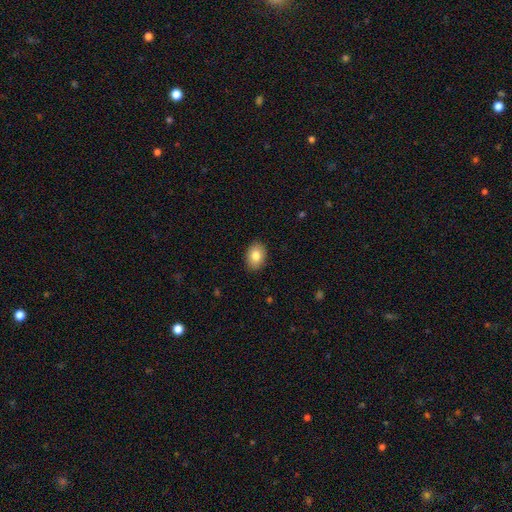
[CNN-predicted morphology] smooth-or-featured: smooth: 81% | featured or disk: 11% | star or artifact: 8%
  how-rounded: in between: 74% | round: 25% | cigar-shaped: 1%
  merging: none: 89% | minor disturbance: 8% | major disturbance: 2% | merger: 1%